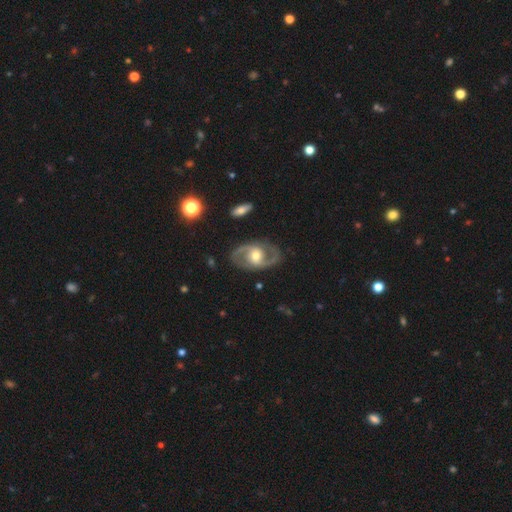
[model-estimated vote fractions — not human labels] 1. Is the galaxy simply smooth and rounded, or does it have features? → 87% featured or disk, 8% smooth, 5% star or artifact.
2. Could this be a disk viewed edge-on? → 97% no, 3% yes.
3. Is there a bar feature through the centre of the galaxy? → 48% no, 38% weak, 15% strong.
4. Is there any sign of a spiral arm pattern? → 94% yes, 6% no.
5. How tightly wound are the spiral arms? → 59% medium, 22% loose, 19% tight.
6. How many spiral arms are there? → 93% 2, 3% can't tell, 1% 1, 1% 3, 1% 4, 1% more than 4.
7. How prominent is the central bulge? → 71% moderate, 18% small, 10% large, 1% none, 1% dominant.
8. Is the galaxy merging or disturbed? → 84% none, 11% minor disturbance, 4% major disturbance, 1% merger.